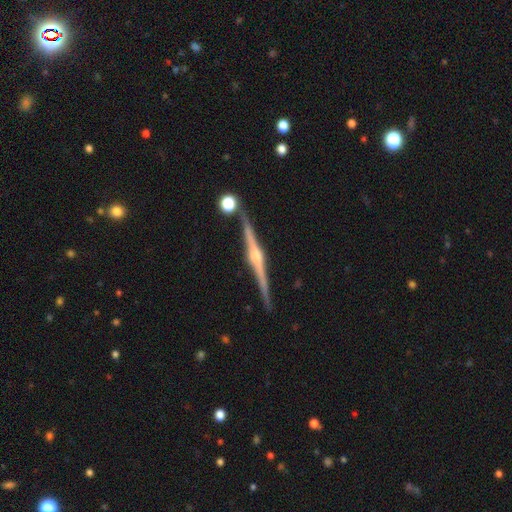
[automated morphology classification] This is clearly a featured or disk galaxy (89%). It is clearly viewed edge-on (99%). Edge-on bulge: clearly rounded (85%). Merging: clearly none (89%).